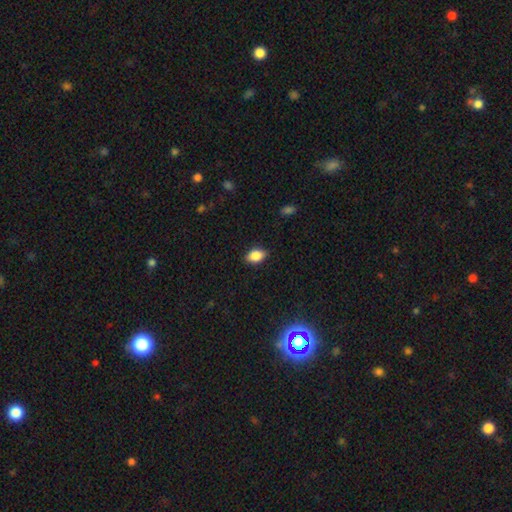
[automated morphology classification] Overall: smooth (84%). How rounded: in between (85%). Merging: none (85%).